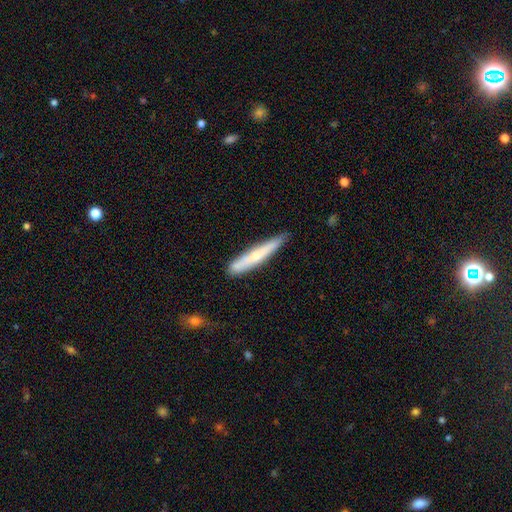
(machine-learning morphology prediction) Overall: smooth (55%; featured or disk 39%). How rounded: cigar-shaped (94%). Merging: none (77%).